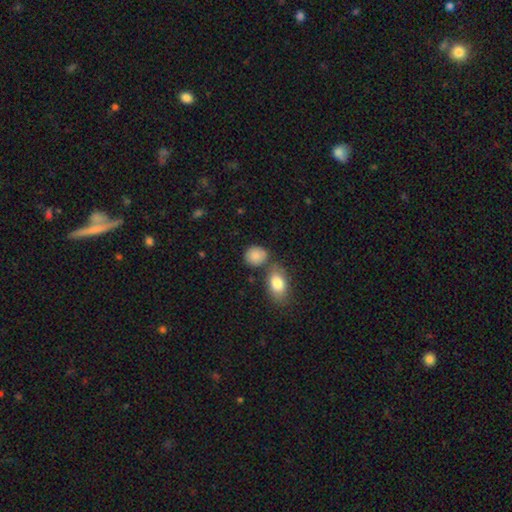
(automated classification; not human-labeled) smooth-or-featured: smooth: 86% | star or artifact: 8% | featured or disk: 6%
  how-rounded: round: 61% | in between: 38% | cigar-shaped: 2%
  merging: none: 65% | minor disturbance: 15% | merger: 15% | major disturbance: 4%